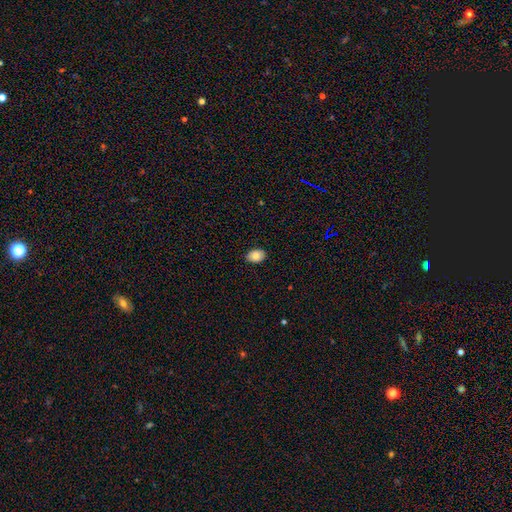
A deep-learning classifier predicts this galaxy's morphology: Smooth or featured: smooth — 83% (featured or disk — 10%)
How rounded: in between — 82% (round — 17%)
Merging: none — 88% (minor disturbance — 9%)